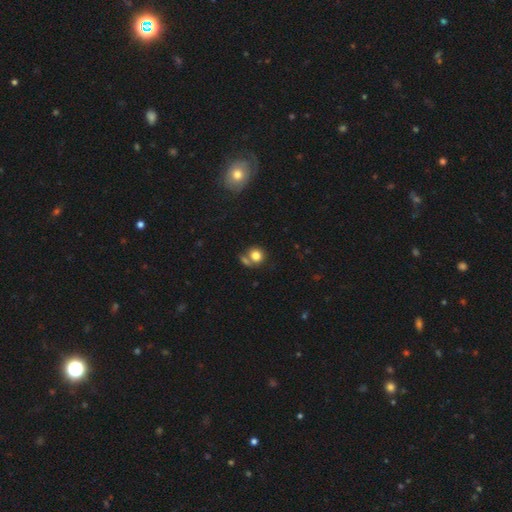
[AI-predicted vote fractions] A smooth galaxy with no disk features (80%) that is round (77%). Merging: none (53%).